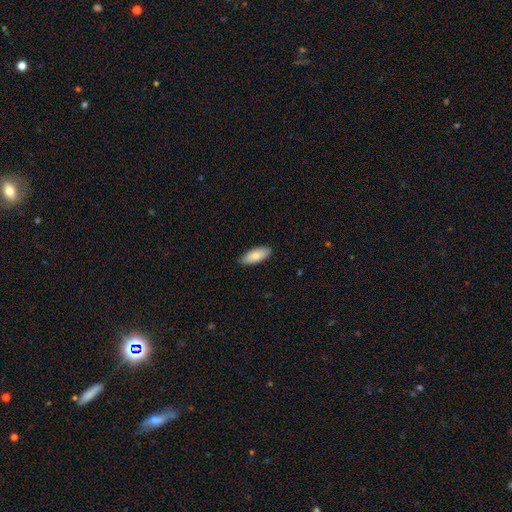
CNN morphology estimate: A smooth galaxy with no disk features (81%) that is in between round and cigar-shaped (82%). Merging: none (87%).